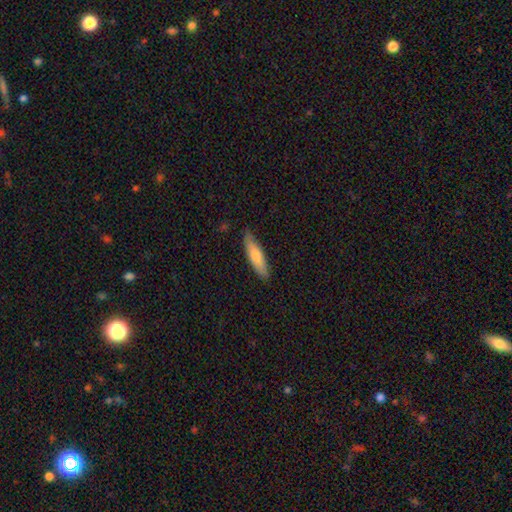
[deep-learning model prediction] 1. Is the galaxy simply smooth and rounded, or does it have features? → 71% smooth, 23% featured or disk, 5% star or artifact.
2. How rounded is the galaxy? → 72% cigar-shaped, 26% in between, 2% round.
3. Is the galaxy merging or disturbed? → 86% none, 11% minor disturbance, 2% major disturbance, 1% merger.